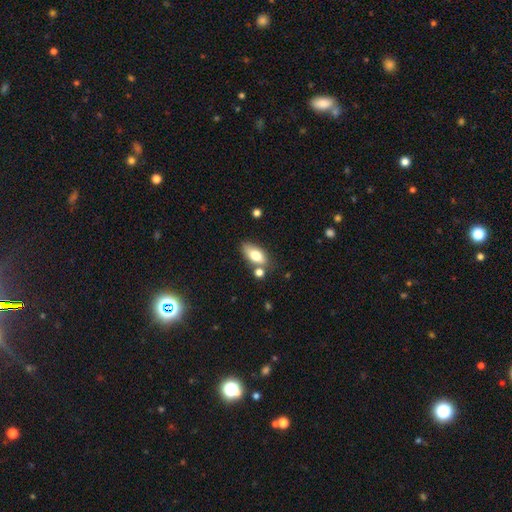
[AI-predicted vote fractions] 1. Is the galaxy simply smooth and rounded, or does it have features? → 74% smooth, 19% featured or disk, 8% star or artifact.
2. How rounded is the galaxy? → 84% in between, 11% cigar-shaped, 5% round.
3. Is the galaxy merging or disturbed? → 66% none, 16% minor disturbance, 14% merger, 4% major disturbance.